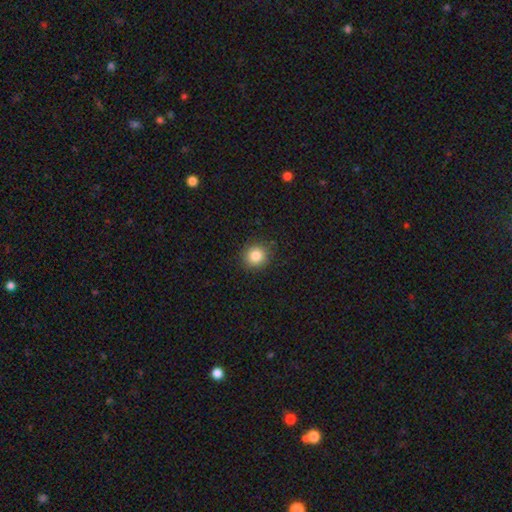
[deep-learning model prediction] This appears to be a smooth galaxy with no disk features (85%) that is round (89%). Merging: none (90%).